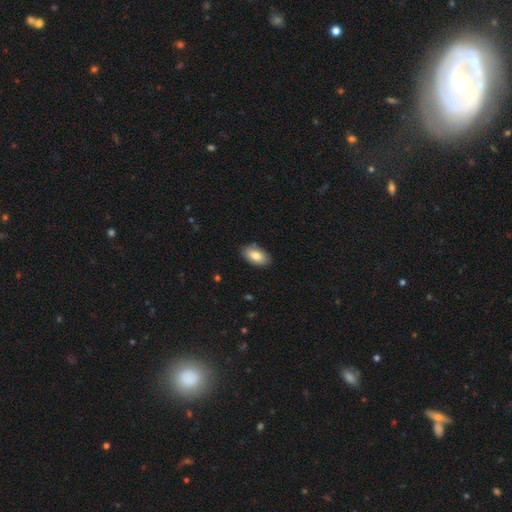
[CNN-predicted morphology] The model was most divided on "smooth or featured": smooth: 82%, featured or disk: 11%, star or artifact: 6%. More confident: how rounded — in between (94%); merging — none (86%).